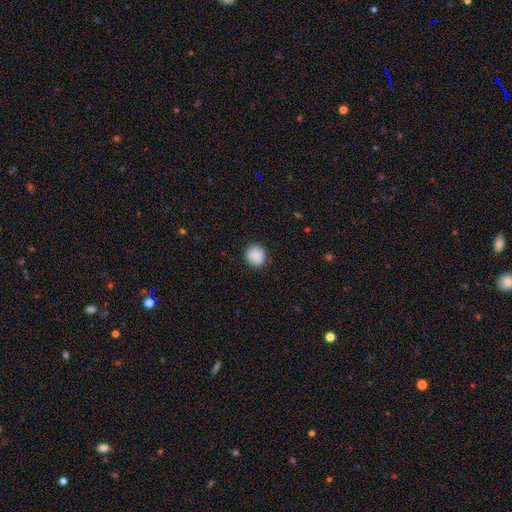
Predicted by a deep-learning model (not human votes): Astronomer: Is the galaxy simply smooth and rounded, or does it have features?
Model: smooth — 89%.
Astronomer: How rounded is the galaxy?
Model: round — 90%.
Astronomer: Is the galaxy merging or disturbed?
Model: none — 90%.